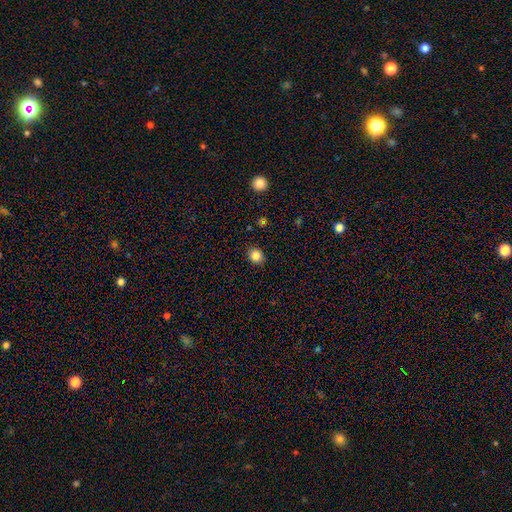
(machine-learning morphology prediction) The model was most divided on "how rounded": round: 73%, in between: 26%, cigar-shaped: 1%. More confident: merging — none (89%); smooth or featured — smooth (84%).